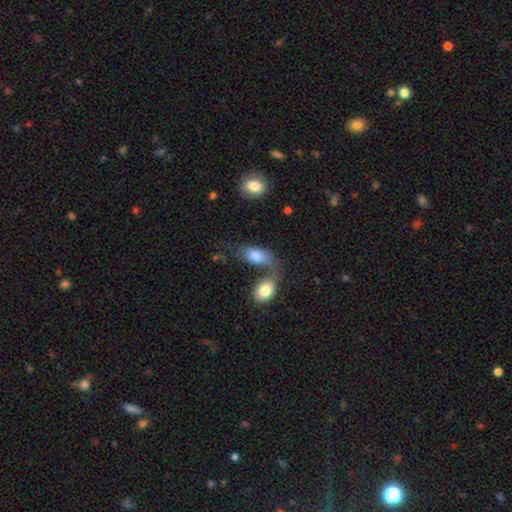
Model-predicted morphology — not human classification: A smooth galaxy with no disk features (78%) that is in between round and cigar-shaped (89%). Merging: merger (55%).